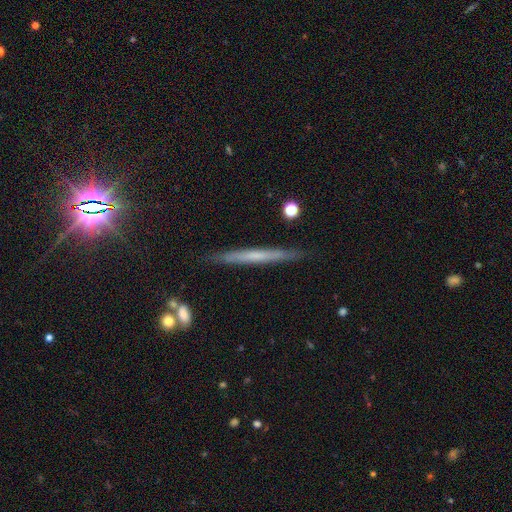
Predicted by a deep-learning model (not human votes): The model was most divided on "smooth or featured": featured or disk: 49%, smooth: 44%, star or artifact: 7%. More confident: merging — none (89%).